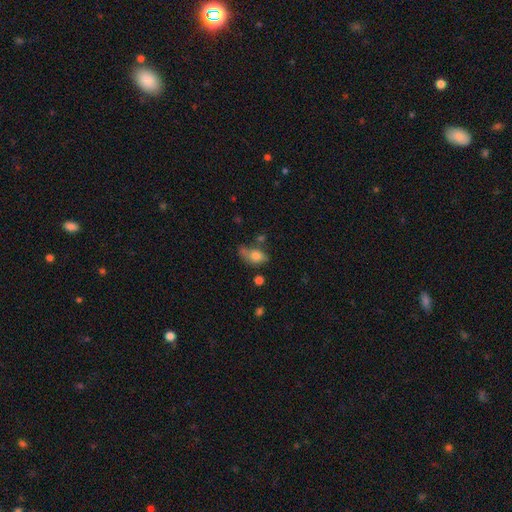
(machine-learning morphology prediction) This is likely a smooth galaxy (72%). How rounded: clearly in between (80%). Merging: marginally none (42%).